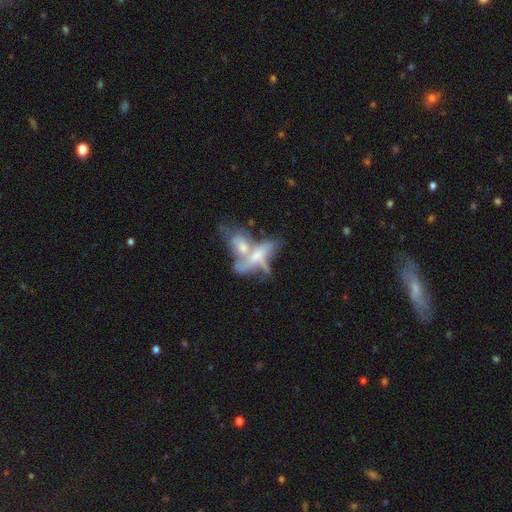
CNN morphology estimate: A featured or disk galaxy (54%).

Vote fractions:
- Smooth or featured? featured or disk: 54% / smooth: 35% / star or artifact: 11%
- Edge-on disk? no: 76% / yes: 24%
- Merging? merger: 66% / none: 15% / major disturbance: 11% / minor disturbance: 8%